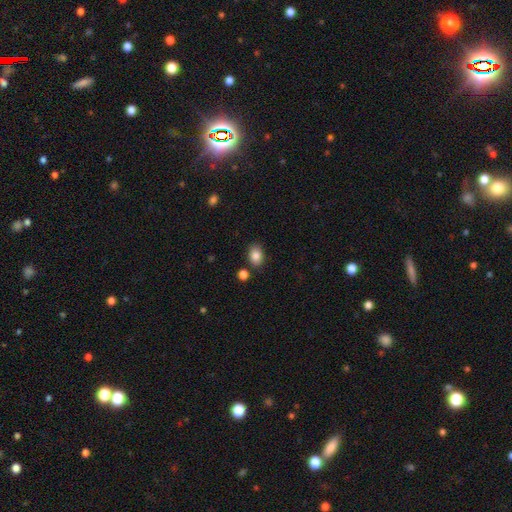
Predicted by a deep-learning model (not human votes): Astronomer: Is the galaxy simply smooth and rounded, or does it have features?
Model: smooth — 86%.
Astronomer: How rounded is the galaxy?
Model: in between — 77%.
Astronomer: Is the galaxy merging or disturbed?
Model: none — 82%.